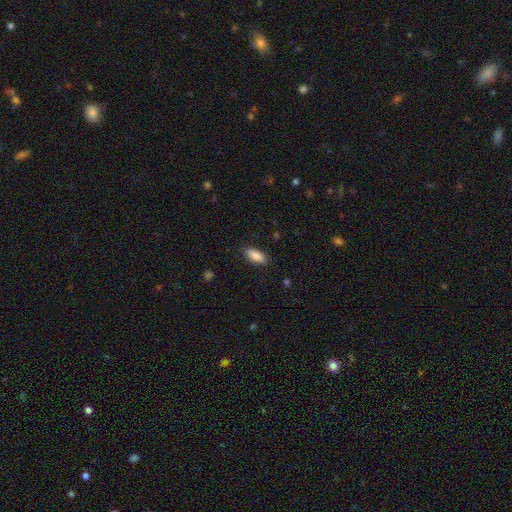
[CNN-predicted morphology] A smooth galaxy with no disk features (88%) that is in between round and cigar-shaped (83%).

Vote fractions:
- Smooth or featured? smooth: 88% / star or artifact: 7% / featured or disk: 5%
- How rounded? in between: 83% / cigar-shaped: 15% / round: 2%
- Merging? none: 87% / minor disturbance: 10% / major disturbance: 2% / merger: 1%